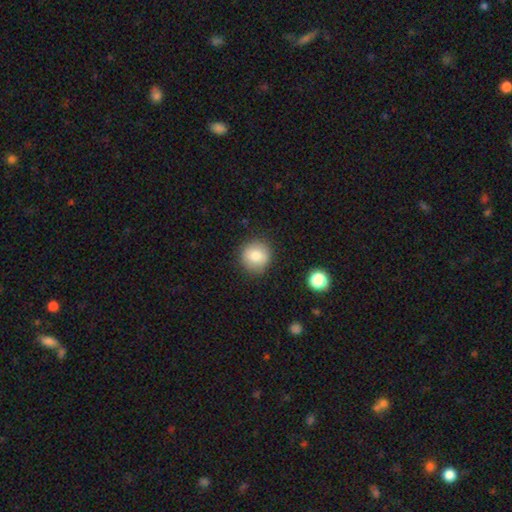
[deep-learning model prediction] smooth-or-featured: smooth: 81% | featured or disk: 10% | star or artifact: 9%
  how-rounded: round: 92% | in between: 7% | cigar-shaped: 1%
  merging: none: 87% | minor disturbance: 9% | major disturbance: 2% | merger: 1%